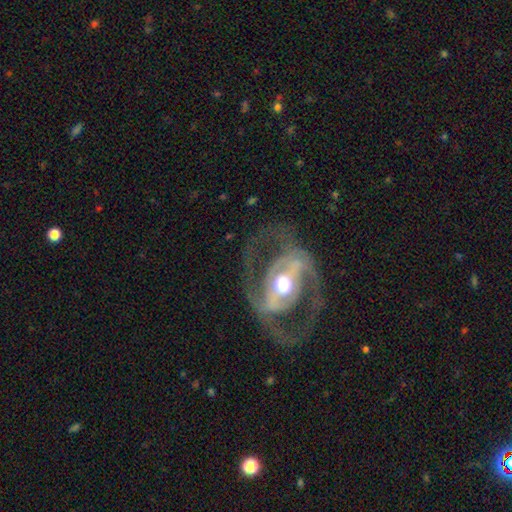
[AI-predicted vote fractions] Smooth or featured? featured or disk (86%)
Edge-on disk? no (93%)
Bar? strong (54%)
Spiral arms? yes (74%)
Spiral winding? medium (51%)
Spiral arm count? 2 (84%)
Bulge size? moderate (69%)
Merging? none (67%)